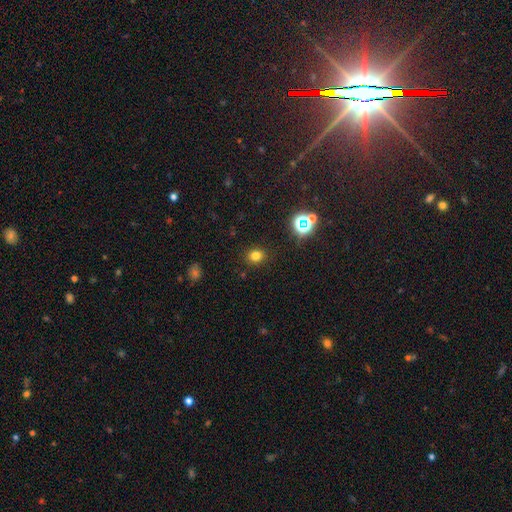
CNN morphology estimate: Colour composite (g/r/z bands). It shows a smooth galaxy with no disk features (76%) that is round (72%). Merging: none (88%).